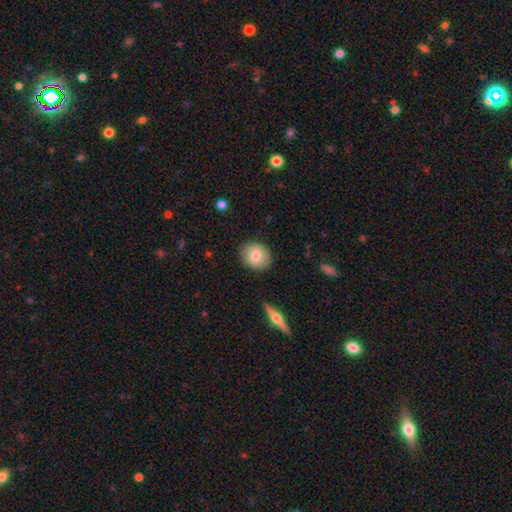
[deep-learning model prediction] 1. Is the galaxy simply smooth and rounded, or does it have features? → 76% smooth, 17% featured or disk, 8% star or artifact.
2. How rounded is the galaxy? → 71% round, 28% in between, 1% cigar-shaped.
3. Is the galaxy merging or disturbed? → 89% none, 8% minor disturbance, 2% major disturbance, 1% merger.